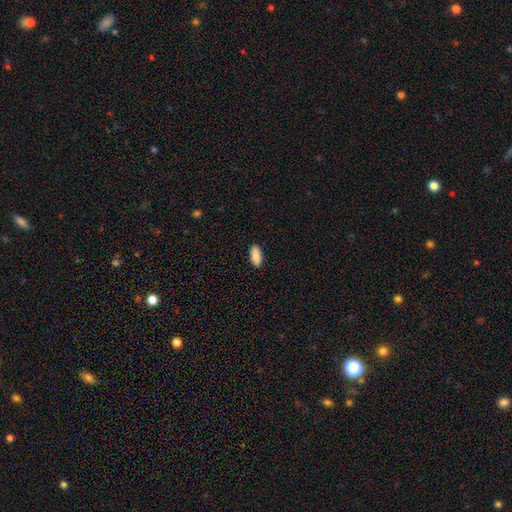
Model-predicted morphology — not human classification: Smooth or featured?
  - smooth: 90% *
  - star or artifact: 6%
  - featured or disk: 4%
How rounded?
  - in between: 87% *
  - cigar-shaped: 12%
  - round: 2%
Merging?
  - none: 90% *
  - minor disturbance: 7%
  - major disturbance: 2%
  - merger: 1%